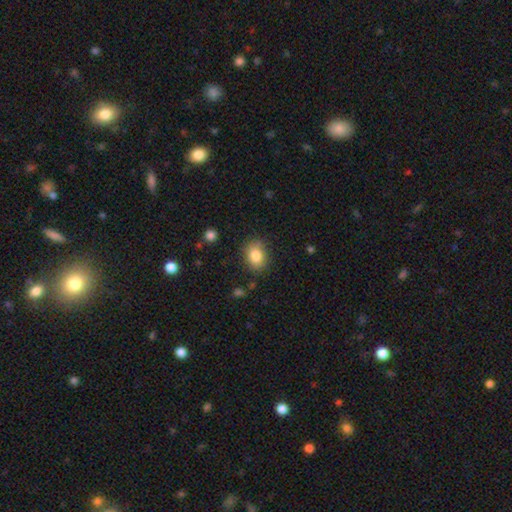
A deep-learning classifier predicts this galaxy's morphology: This appears to be a smooth galaxy with no disk features (84%) that is in between round and cigar-shaped (64%). Merging: none (80%).